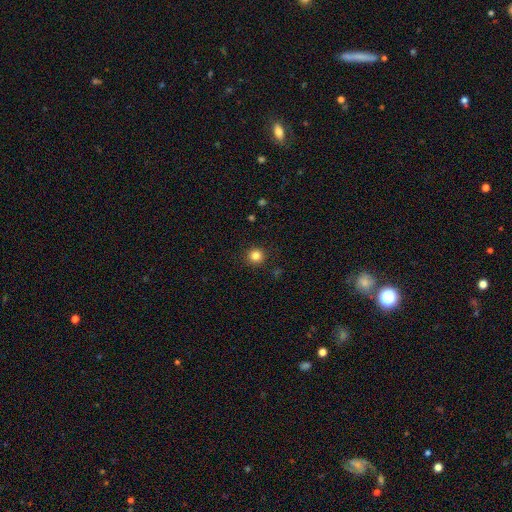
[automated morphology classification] The model was most divided on "smooth or featured": smooth: 83%, star or artifact: 12%, featured or disk: 5%. More confident: how rounded — round (95%); merging — none (92%).